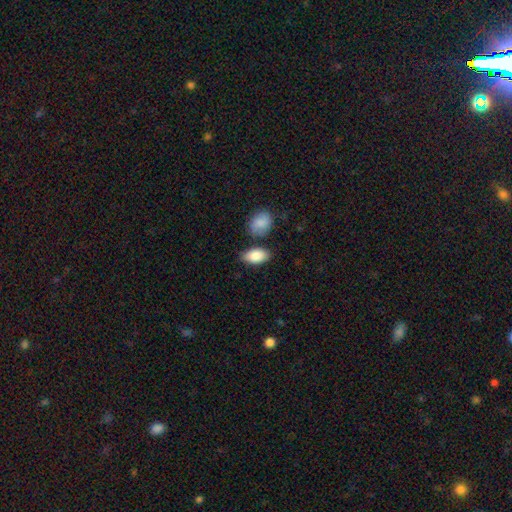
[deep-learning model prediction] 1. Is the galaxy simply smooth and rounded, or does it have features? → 87% smooth, 7% featured or disk, 6% star or artifact.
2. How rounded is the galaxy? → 93% in between, 4% round, 3% cigar-shaped.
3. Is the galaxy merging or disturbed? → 74% none, 14% minor disturbance, 8% merger, 3% major disturbance.